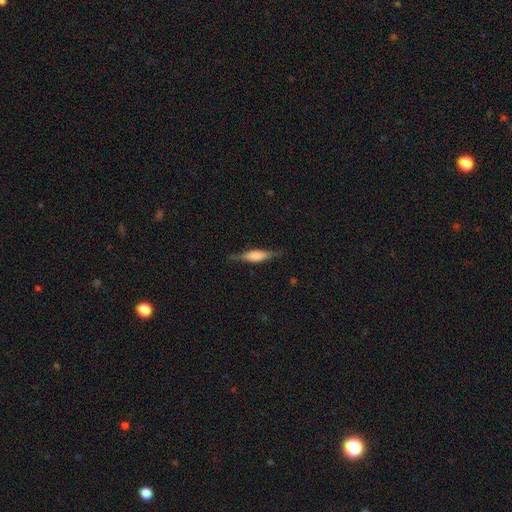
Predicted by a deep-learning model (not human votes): Q: Smooth or featured?
A: featured or disk (50%); runner-up: smooth (43%)
Q: Merging?
A: none (79%); runner-up: minor disturbance (15%)